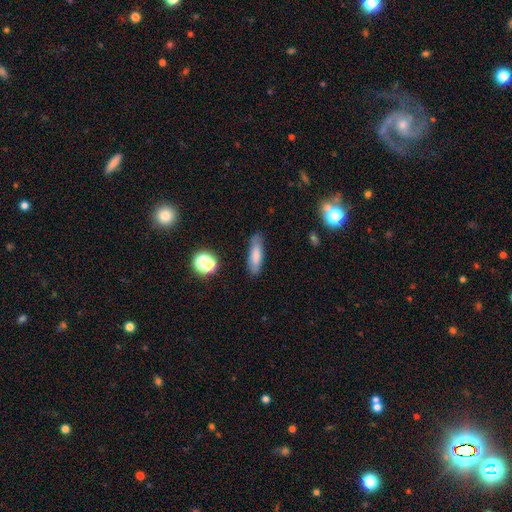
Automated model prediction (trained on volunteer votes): A smooth galaxy with no disk features (75%) that is cigar-shaped (51%). Merging: none (79%).